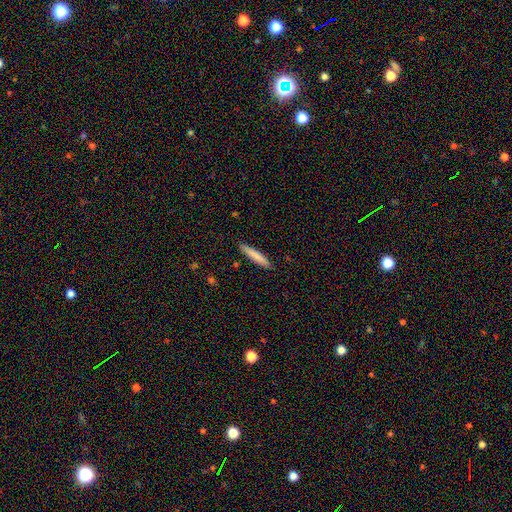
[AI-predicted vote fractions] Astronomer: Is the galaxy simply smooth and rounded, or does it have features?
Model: smooth — 79%.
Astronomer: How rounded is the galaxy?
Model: cigar-shaped — 93%.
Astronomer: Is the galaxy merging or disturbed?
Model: none — 90%.